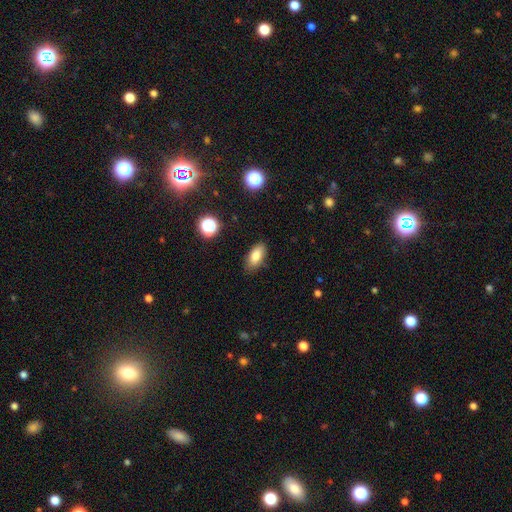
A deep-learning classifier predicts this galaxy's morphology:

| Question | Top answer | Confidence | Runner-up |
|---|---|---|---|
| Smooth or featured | smooth | 82% | star or artifact (10%) |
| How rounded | in between | 89% | cigar-shaped (6%) |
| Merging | none | 85% | minor disturbance (11%) |